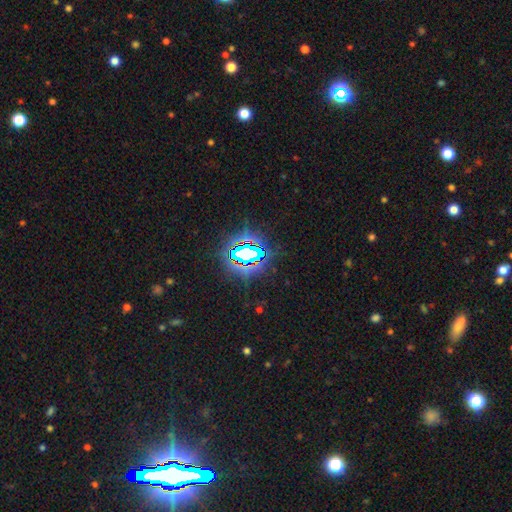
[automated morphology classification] A star or artifact, not a galaxy (83%).